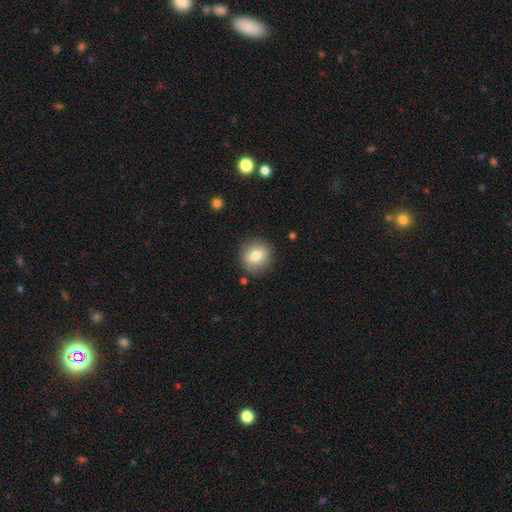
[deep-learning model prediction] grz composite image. It shows a smooth galaxy with no disk features (78%) that is round (86%). Merging: none (87%).